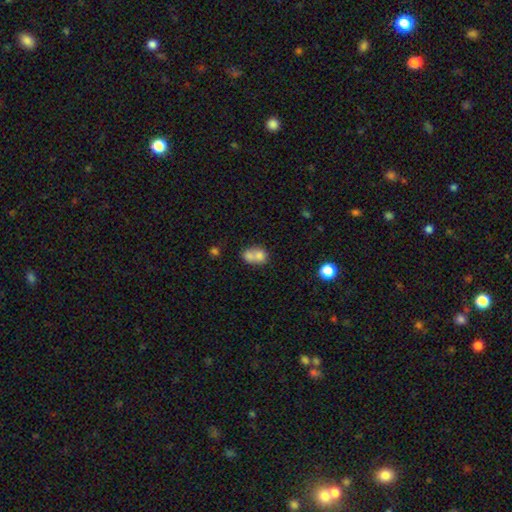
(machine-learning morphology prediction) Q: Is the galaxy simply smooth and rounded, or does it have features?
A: smooth — 73%.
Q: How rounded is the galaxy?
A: round — 52%.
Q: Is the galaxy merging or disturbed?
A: merger — 66%.